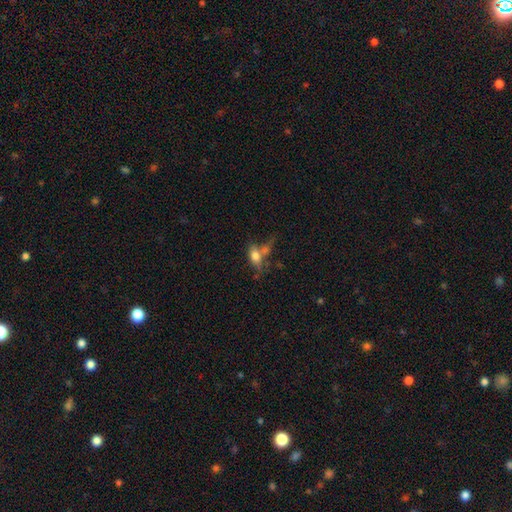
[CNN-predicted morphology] A smooth galaxy with no disk features (69%) that is in between round and cigar-shaped (78%).

Vote fractions:
- Smooth or featured? smooth: 69% / featured or disk: 21% / star or artifact: 10%
- How rounded? in between: 78% / round: 11% / cigar-shaped: 11%
- Merging? none: 36% / merger: 35% / minor disturbance: 16% / major disturbance: 13%